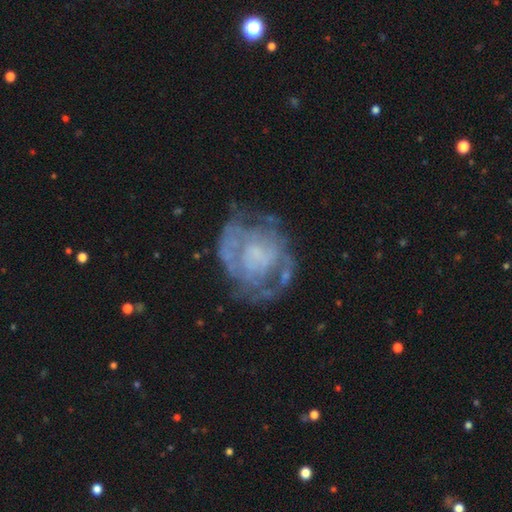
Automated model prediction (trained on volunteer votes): smooth-or-featured: featured or disk: 75% | smooth: 16% | star or artifact: 9%
  disk-edge-on: no: 98% | yes: 2%
    bar: no: 76% | weak: 19% | strong: 5%
    has-spiral-arms: yes: 53% | no: 47%
    bulge-size: none: 51% | small: 24% | moderate: 16% | large: 7% | dominant: 2%
  merging: none: 55% | minor disturbance: 21% | major disturbance: 21% | merger: 3%